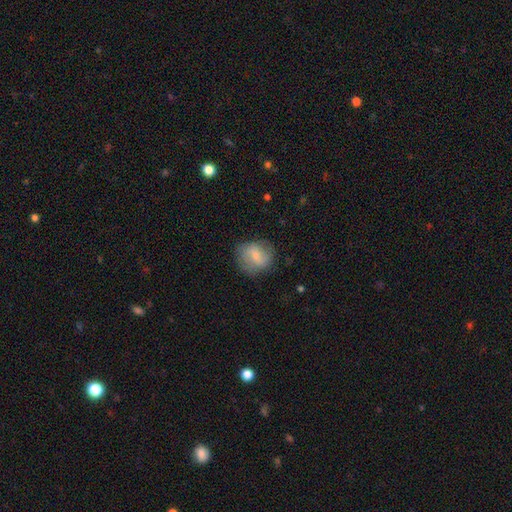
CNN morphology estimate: The model was most divided on "smooth or featured": smooth: 61%, featured or disk: 32%, star or artifact: 8%. More confident: how rounded — round (73%); merging — none (72%).